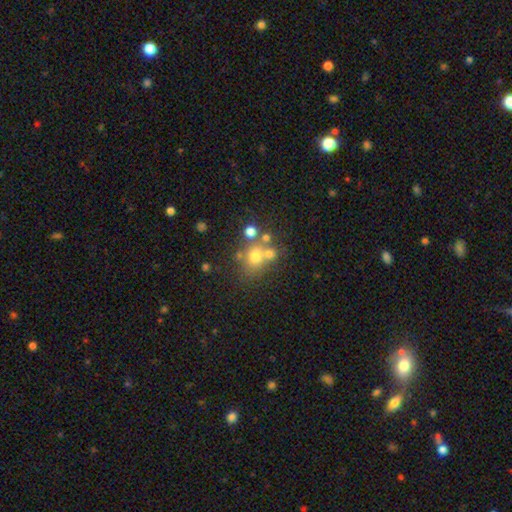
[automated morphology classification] smooth_or_featured: smooth (p=0.63) [alt: featured or disk p=0.18]
how_rounded: round (p=0.68) [alt: in between p=0.31]
merging: none (p=0.50) [alt: merger p=0.32]